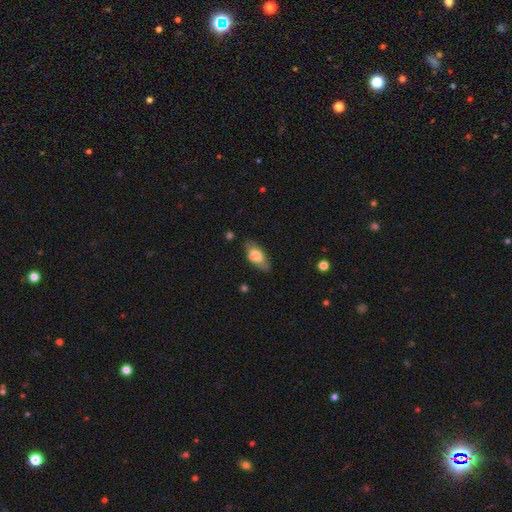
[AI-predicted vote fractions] Smooth or featured? smooth (63%)
How rounded? in between (86%)
Merging? none (70%)